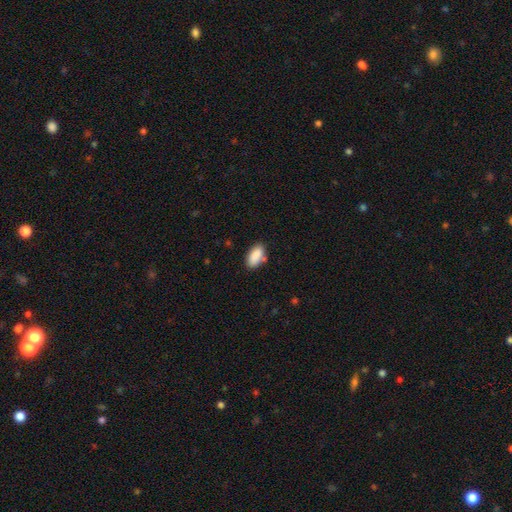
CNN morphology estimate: smooth 88%, star or artifact 7%, featured or disk 5%. Down the decision tree: how rounded — in between (92%); merging — none (75%).